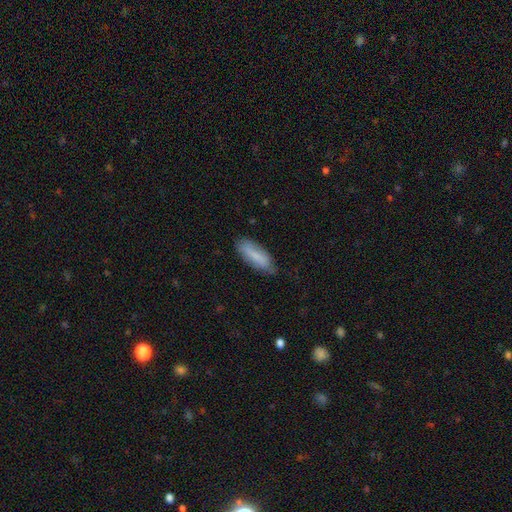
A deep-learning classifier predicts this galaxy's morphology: Smooth or featured?
  - smooth: 77% *
  - featured or disk: 16%
  - star or artifact: 7%
How rounded?
  - in between: 59% *
  - cigar-shaped: 39%
  - round: 2%
Merging?
  - none: 71% *
  - minor disturbance: 23%
  - major disturbance: 5%
  - merger: 1%